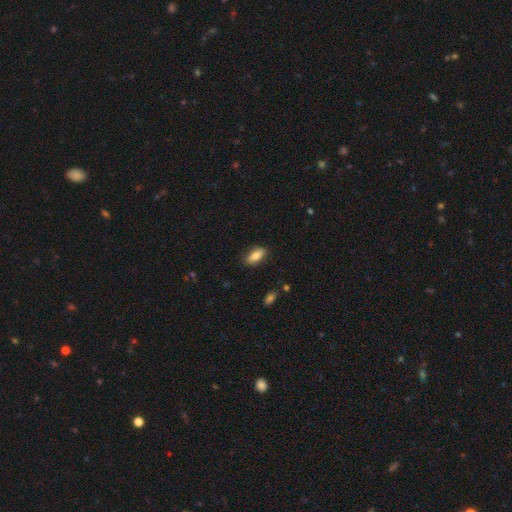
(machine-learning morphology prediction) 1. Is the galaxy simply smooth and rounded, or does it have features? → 73% smooth, 20% featured or disk, 7% star or artifact.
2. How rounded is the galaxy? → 79% in between, 18% cigar-shaped, 3% round.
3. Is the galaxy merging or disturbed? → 85% none, 12% minor disturbance, 2% major disturbance, 1% merger.